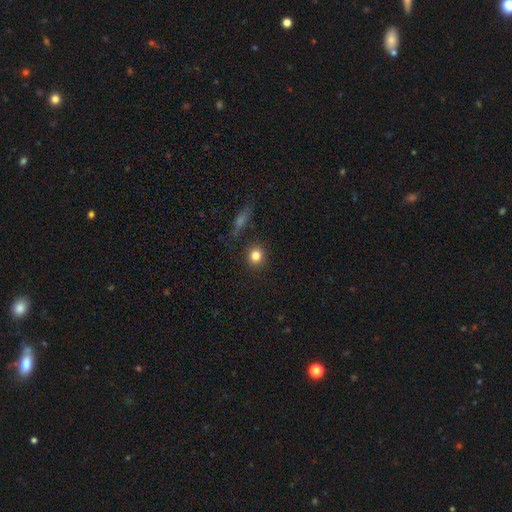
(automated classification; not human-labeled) Smooth or featured? Predicted: smooth (p=0.81). How rounded? Predicted: round (p=0.88). Merging? Predicted: none (p=0.88).